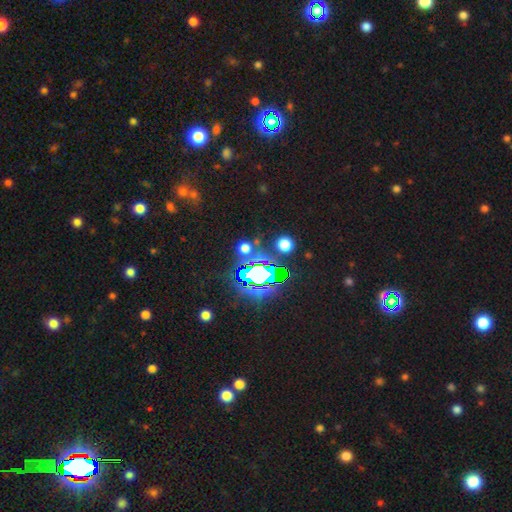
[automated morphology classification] Q: Smooth or featured?
A: star or artifact (82%); runner-up: smooth (12%)